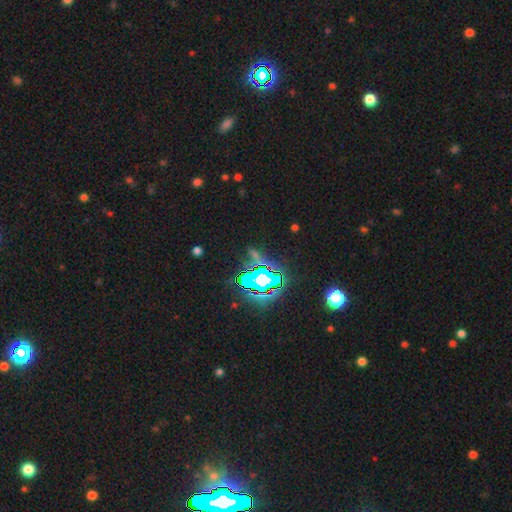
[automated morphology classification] smooth-or-featured: star or artifact: 71% | smooth: 16% | featured or disk: 12%